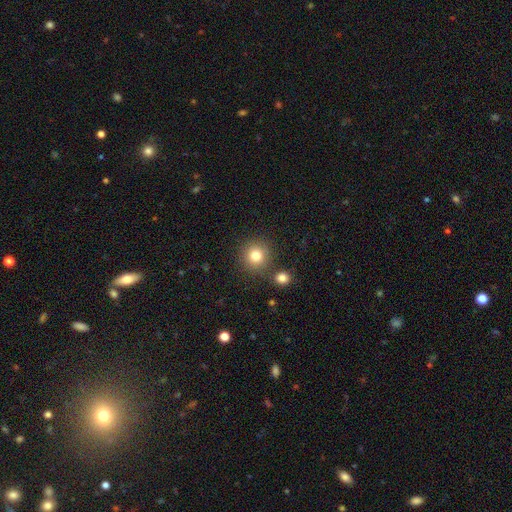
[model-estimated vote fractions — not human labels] Smooth or featured: smooth — 81% (star or artifact — 11%)
How rounded: round — 93% (in between — 6%)
Merging: none — 81% (merger — 8%)